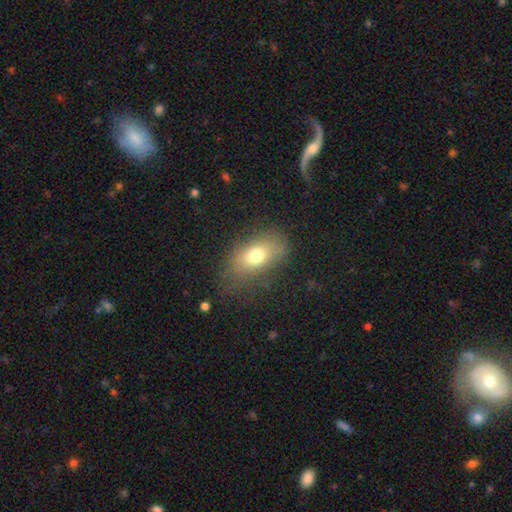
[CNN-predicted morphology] The model was most divided on "merging": none: 68%, minor disturbance: 19%, major disturbance: 12%, merger: 2%. More confident: how rounded — in between (82%); smooth or featured — smooth (71%).